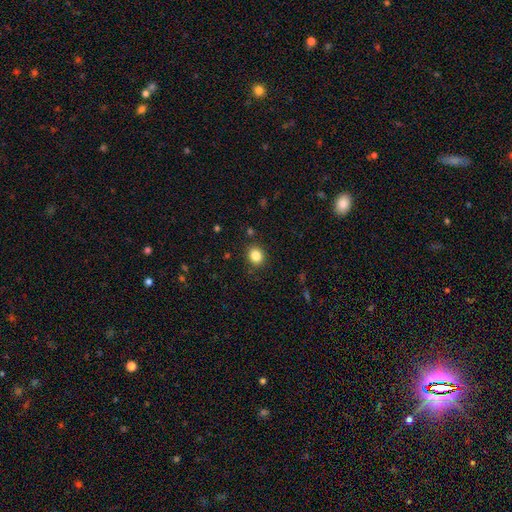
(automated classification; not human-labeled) smooth 84%, star or artifact 11%, featured or disk 4%. Down the decision tree: how rounded — round (71%); merging — none (88%).